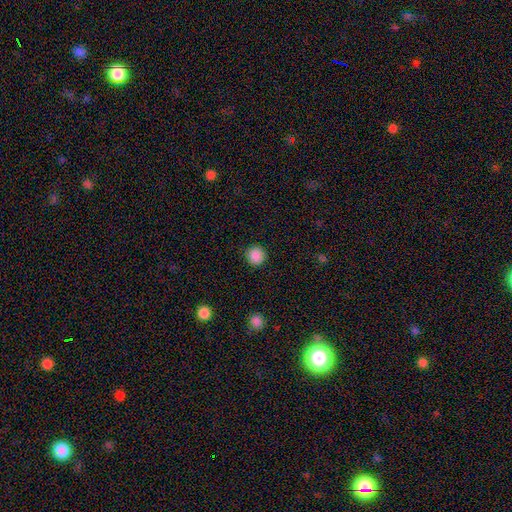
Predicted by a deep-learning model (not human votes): This is clearly a smooth galaxy (88%). How rounded: clearly round (93%). Merging: clearly none (91%).